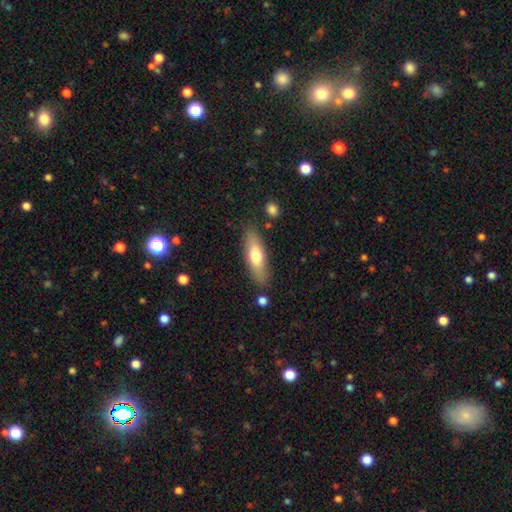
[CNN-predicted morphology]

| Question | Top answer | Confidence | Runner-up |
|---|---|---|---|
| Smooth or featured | smooth | 66% | featured or disk (28%) |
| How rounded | in between | 53% | cigar-shaped (45%) |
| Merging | none | 83% | minor disturbance (11%) |